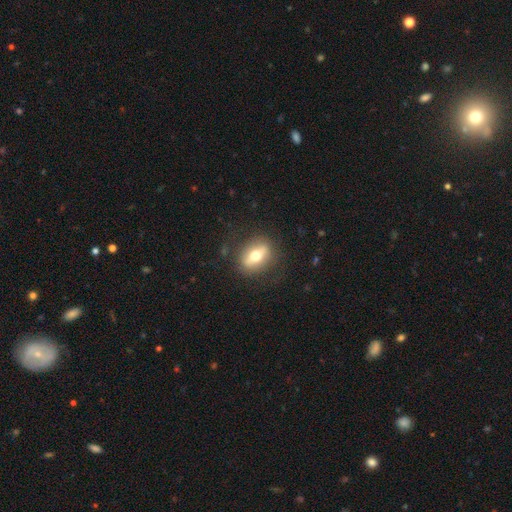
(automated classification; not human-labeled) This appears to be a smooth galaxy with no disk features (49%). Merging: none (81%).